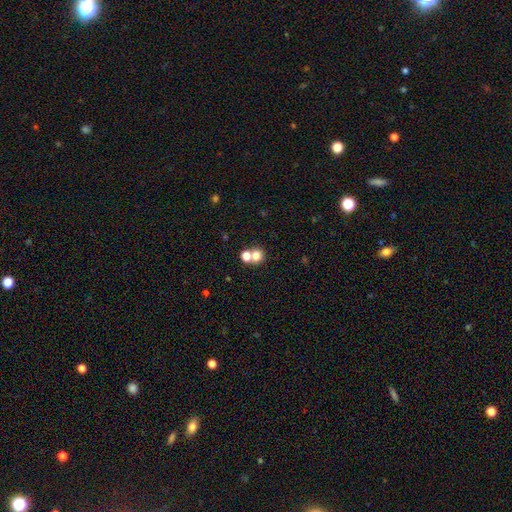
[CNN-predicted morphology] Smooth or featured?
  - smooth: 73% *
  - star or artifact: 15%
  - featured or disk: 12%
How rounded?
  - round: 79% *
  - in between: 20%
  - cigar-shaped: 1%
Merging?
  - merger: 47% *
  - none: 44%
  - minor disturbance: 6%
  - major disturbance: 3%